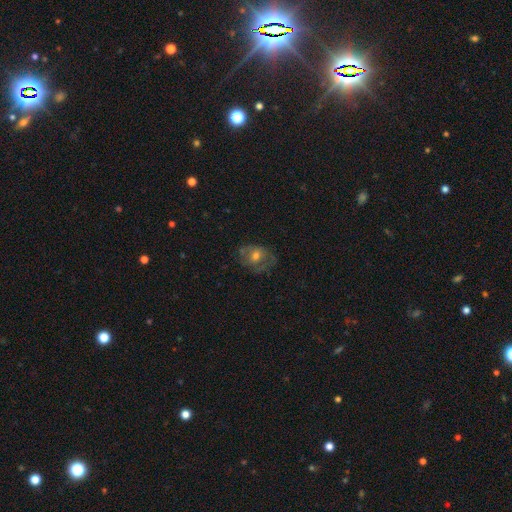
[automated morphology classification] Smooth or featured? featured or disk (49%)
Merging? none (63%)